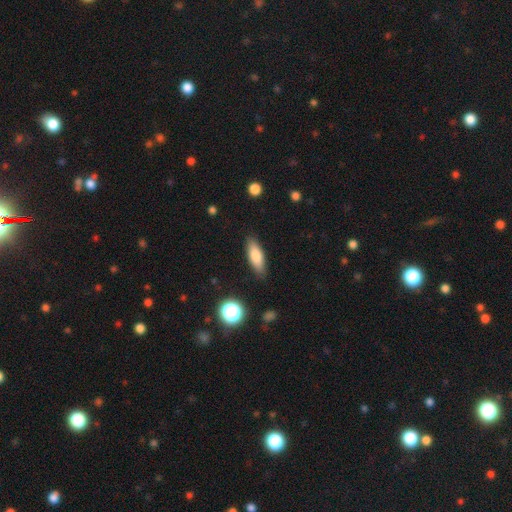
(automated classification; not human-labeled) A smooth galaxy with no disk features (77%) that is in between round and cigar-shaped (58%). Merging: none (86%).